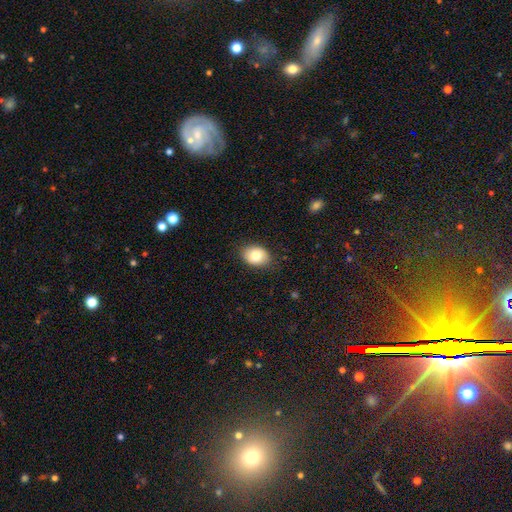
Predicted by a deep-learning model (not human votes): Overall: smooth (80%). How rounded: in between (76%). Merging: none (85%).